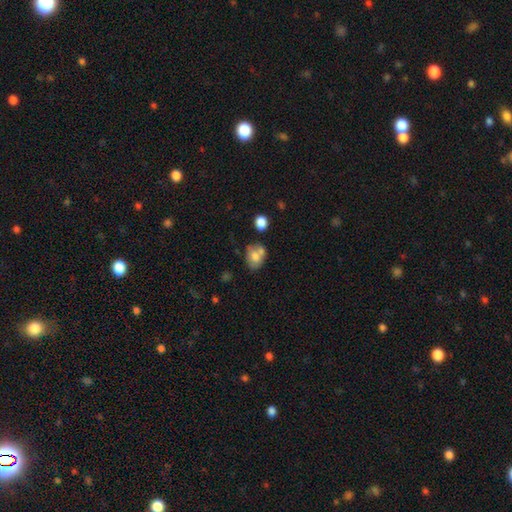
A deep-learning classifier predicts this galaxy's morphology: Smooth or featured? smooth (69%)
How rounded? in between (60%)
Merging? none (44%)